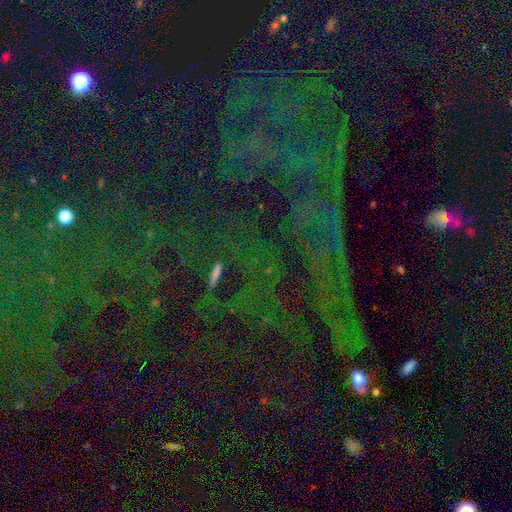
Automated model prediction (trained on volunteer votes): smooth-or-featured: star or artifact: 78% | smooth: 12% | featured or disk: 10%